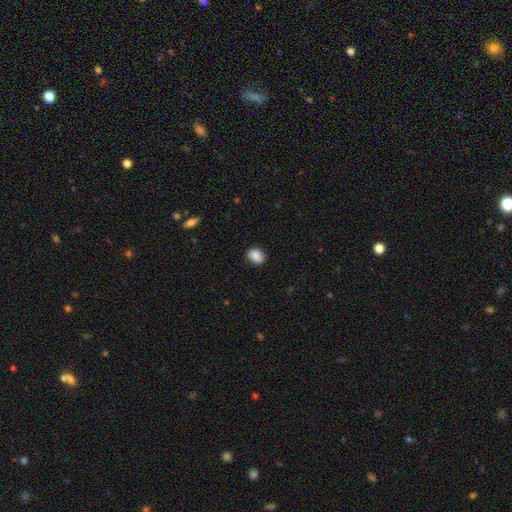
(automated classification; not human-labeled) Smooth or featured?
  - smooth: 86% *
  - star or artifact: 8%
  - featured or disk: 6%
How rounded?
  - in between: 66% *
  - round: 33%
  - cigar-shaped: 1%
Merging?
  - none: 84% *
  - minor disturbance: 13%
  - major disturbance: 3%
  - merger: 1%